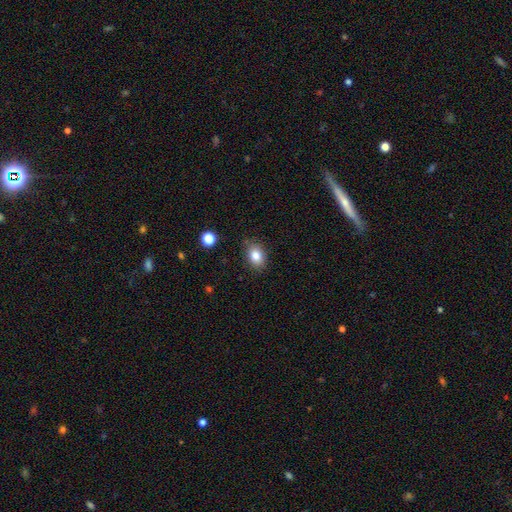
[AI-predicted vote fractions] Overall: smooth (83%). How rounded: in between (73%). Merging: none (81%).